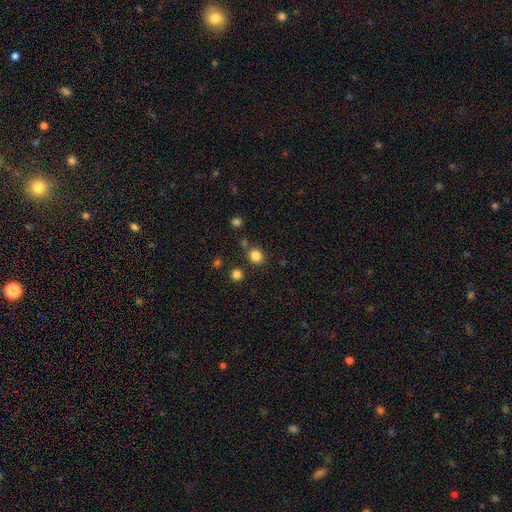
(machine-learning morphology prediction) A smooth galaxy with no disk features (83%) that is round (84%).

Vote fractions:
- Smooth or featured? smooth: 83% / star or artifact: 13% / featured or disk: 4%
- How rounded? round: 84% / in between: 15% / cigar-shaped: 1%
- Merging? none: 81% / minor disturbance: 9% / merger: 7% / major disturbance: 3%